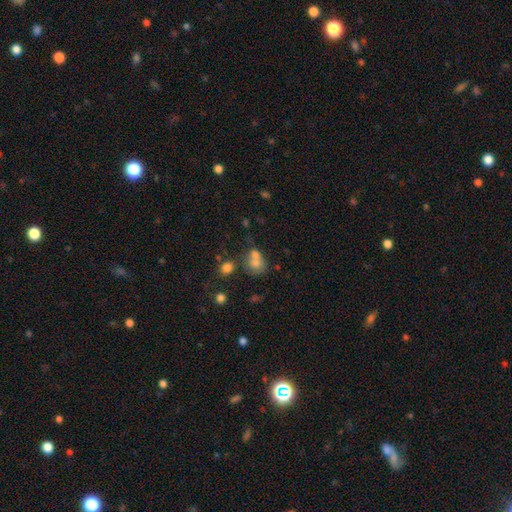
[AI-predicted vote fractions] A smooth galaxy with no disk features (66%) that is round (60%).

Vote fractions:
- Smooth or featured? smooth: 66% / star or artifact: 19% / featured or disk: 15%
- How rounded? round: 60% / in between: 39% / cigar-shaped: 2%
- Merging? merger: 47% / none: 37% / minor disturbance: 10% / major disturbance: 6%